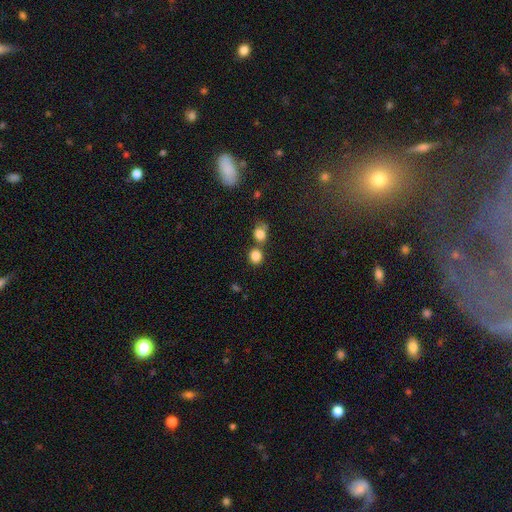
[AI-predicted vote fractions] Smooth or featured?
  - smooth: 83% *
  - star or artifact: 11%
  - featured or disk: 6%
How rounded?
  - round: 75% *
  - in between: 24%
  - cigar-shaped: 1%
Merging?
  - none: 57% *
  - merger: 30%
  - minor disturbance: 9%
  - major disturbance: 4%